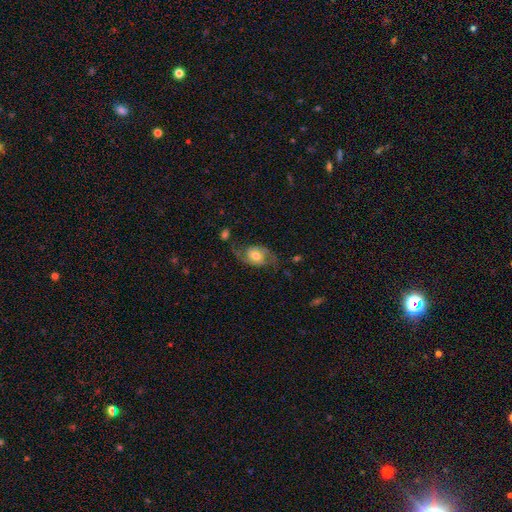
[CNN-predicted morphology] Q: Smooth or featured?
A: featured or disk (78%); runner-up: smooth (15%)
Q: Edge-on disk?
A: no (96%); runner-up: yes (4%)
Q: Bar?
A: no (65%); runner-up: weak (28%)
Q: Spiral arms?
A: yes (94%); runner-up: no (6%)
Q: Spiral winding?
A: loose (52%); runner-up: medium (37%)
Q: Spiral arm count?
A: 2 (92%); runner-up: can't tell (3%)
Q: Bulge size?
A: moderate (69%); runner-up: small (14%)
Q: Merging?
A: none (67%); runner-up: minor disturbance (18%)